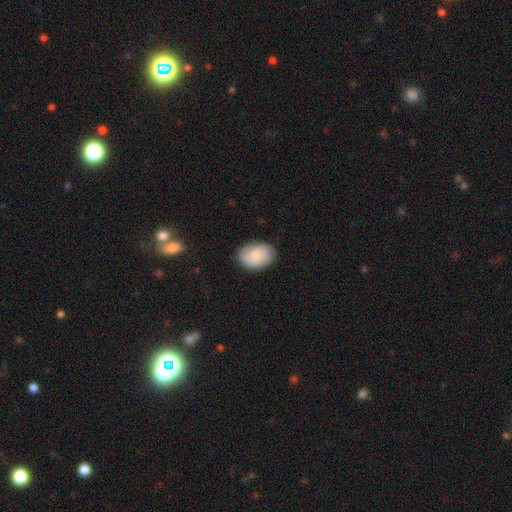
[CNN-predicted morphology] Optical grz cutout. It shows a smooth galaxy with no disk features (77%) that is in between round and cigar-shaped (84%). Merging: none (83%).